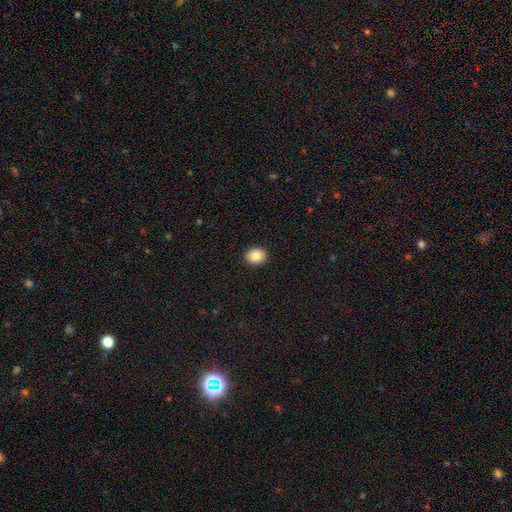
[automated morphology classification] smooth 86%, star or artifact 9%, featured or disk 5%. Down the decision tree: how rounded — in between (50%); merging — none (92%).